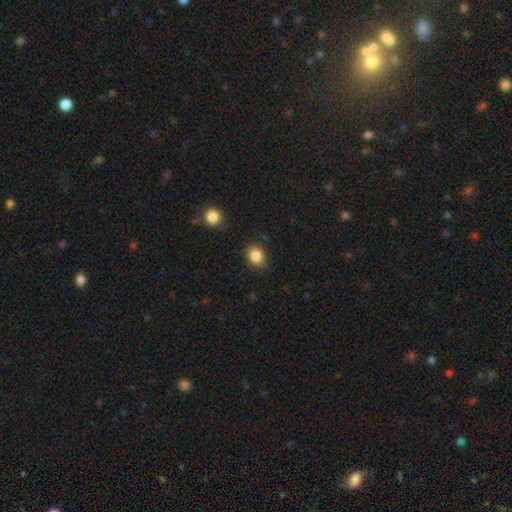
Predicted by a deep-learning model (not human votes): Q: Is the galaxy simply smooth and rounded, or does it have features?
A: smooth — 85%.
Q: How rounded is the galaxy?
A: round — 57%.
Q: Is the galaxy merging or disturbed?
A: none — 79%.